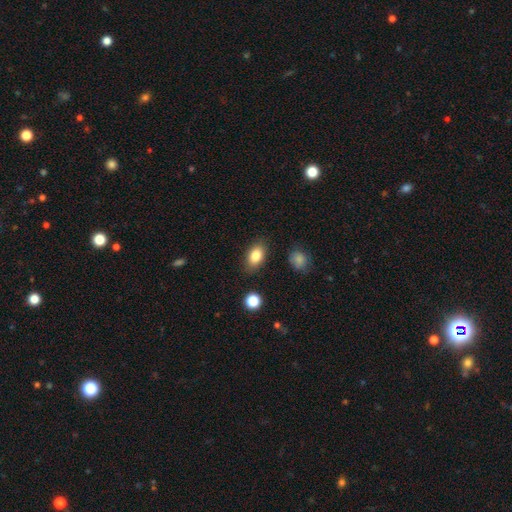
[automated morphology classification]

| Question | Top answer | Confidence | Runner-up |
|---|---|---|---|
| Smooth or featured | smooth | 84% | star or artifact (8%) |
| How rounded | in between | 87% | round (10%) |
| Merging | none | 84% | minor disturbance (11%) |